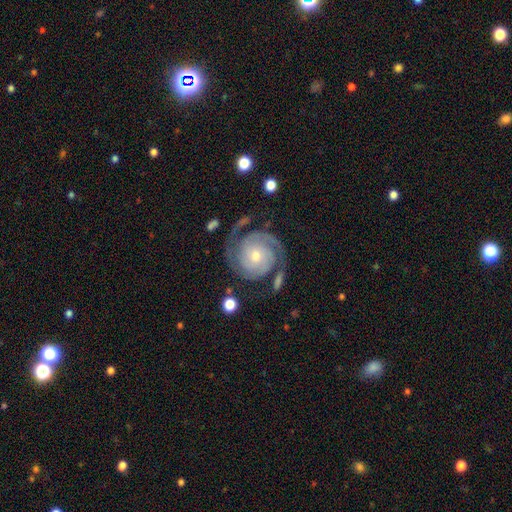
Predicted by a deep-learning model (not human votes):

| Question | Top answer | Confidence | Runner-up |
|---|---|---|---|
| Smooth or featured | featured or disk | 90% | smooth (6%) |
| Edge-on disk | no | 98% | yes (2%) |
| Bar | no | 70% | weak (22%) |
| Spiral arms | yes | 98% | no (2%) |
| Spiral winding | tight | 69% | medium (25%) |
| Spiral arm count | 2 | 79% | 3 (8%) |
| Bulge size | small | 57% | moderate (39%) |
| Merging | none | 73% | minor disturbance (15%) |